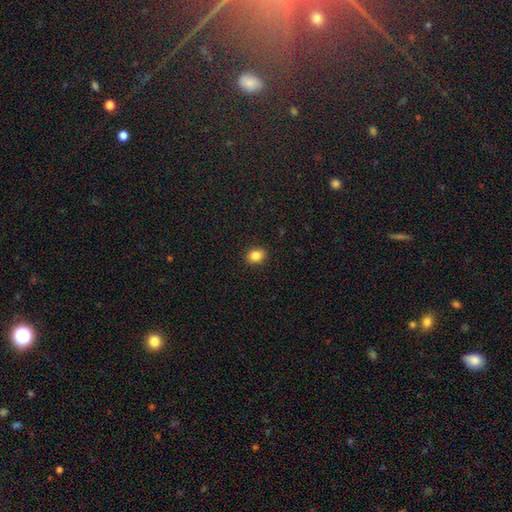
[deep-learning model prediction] Overall: smooth (84%). How rounded: round (58%; in between 41%). Merging: none (91%).